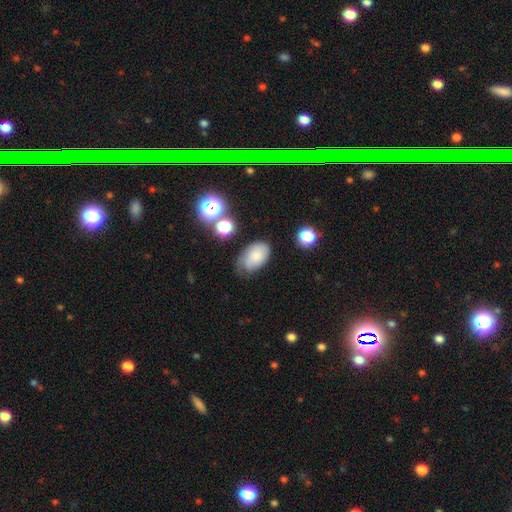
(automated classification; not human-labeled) Q: Smooth or featured?
A: smooth (68%); runner-up: featured or disk (21%)
Q: How rounded?
A: in between (90%); runner-up: round (9%)
Q: Merging?
A: none (55%); runner-up: minor disturbance (31%)